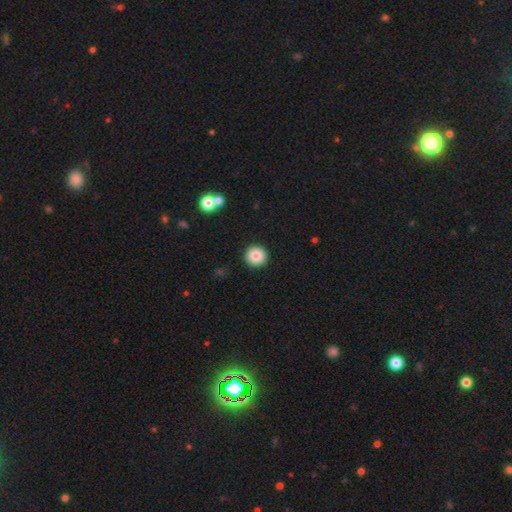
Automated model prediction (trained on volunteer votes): A smooth galaxy with no disk features (85%) that is round (94%).

Vote fractions:
- Smooth or featured? smooth: 85% / star or artifact: 9% / featured or disk: 6%
- How rounded? round: 94% / in between: 5% / cigar-shaped: 1%
- Merging? none: 93% / minor disturbance: 4% / major disturbance: 2% / merger: 1%